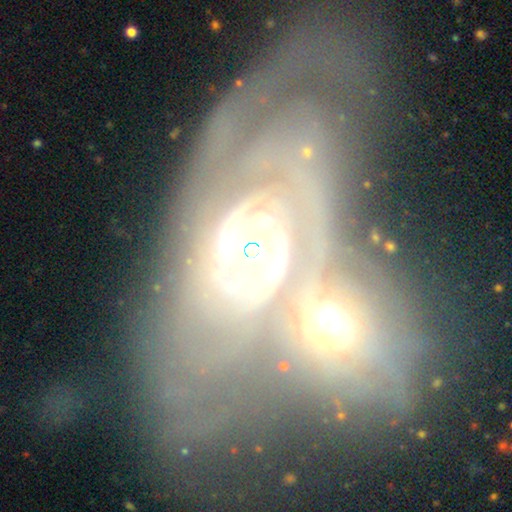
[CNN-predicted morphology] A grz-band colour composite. It shows a featured or disk galaxy (79%) with no bar (75%), tight (70%) spiral arms (80%) and a moderate central bulge (42%). Merging: merger (51%).